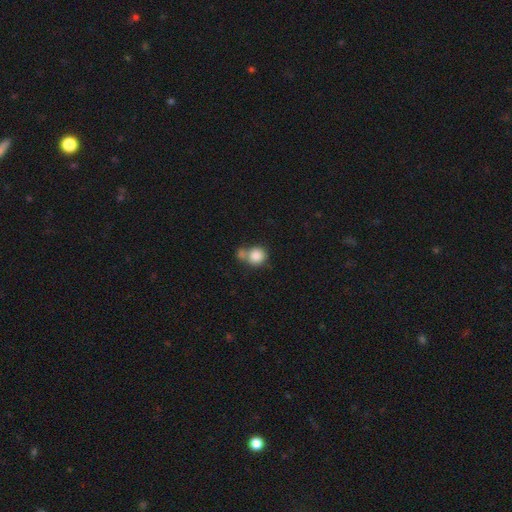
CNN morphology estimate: Overall: smooth (85%). How rounded: round (88%). Merging: none (44%; merger 40%).